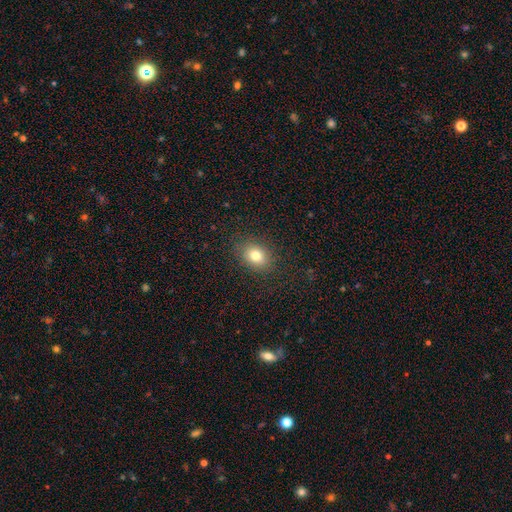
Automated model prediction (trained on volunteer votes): A smooth galaxy with no disk features (80%) that is in between round and cigar-shaped (58%). Merging: none (86%).